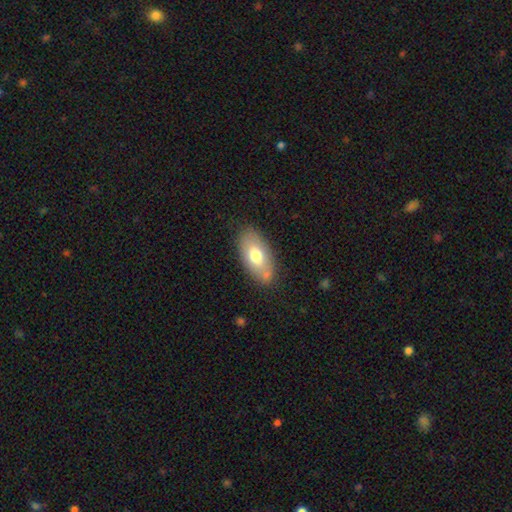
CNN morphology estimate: smooth 71%, featured or disk 23%, star or artifact 7%. Down the decision tree: how rounded — in between (92%); merging — none (76%).